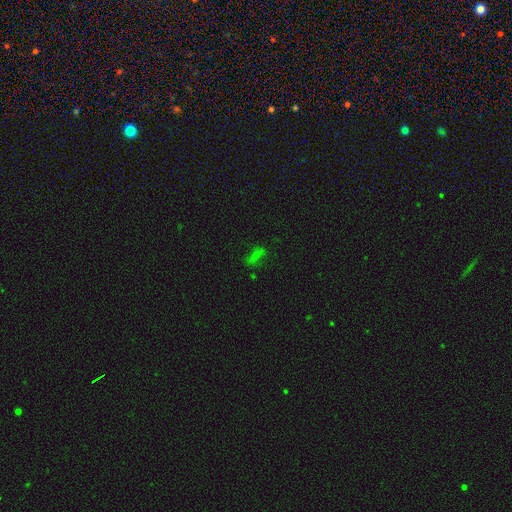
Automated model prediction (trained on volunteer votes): Smooth or featured: smooth — 52% (star or artifact — 30%)
How rounded: in between — 70% (cigar-shaped — 22%)
Merging: none — 56% (minor disturbance — 22%)